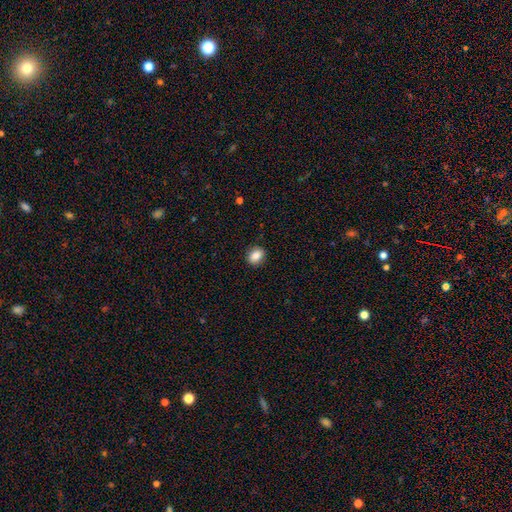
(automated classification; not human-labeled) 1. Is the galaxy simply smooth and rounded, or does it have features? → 84% smooth, 9% star or artifact, 7% featured or disk.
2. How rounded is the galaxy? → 53% in between, 45% round, 1% cigar-shaped.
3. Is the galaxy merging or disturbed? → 88% none, 9% minor disturbance, 2% major disturbance, 1% merger.